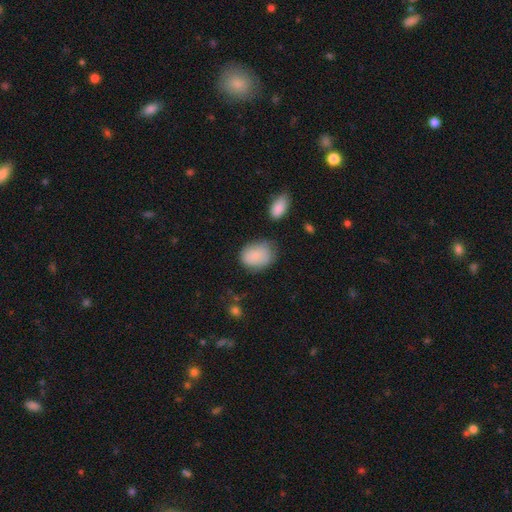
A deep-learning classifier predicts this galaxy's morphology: smooth_or_featured: smooth (p=0.84) [alt: featured or disk p=0.09]
how_rounded: in between (p=0.70) [alt: round p=0.29]
merging: none (p=0.56) [alt: minor disturbance p=0.30]